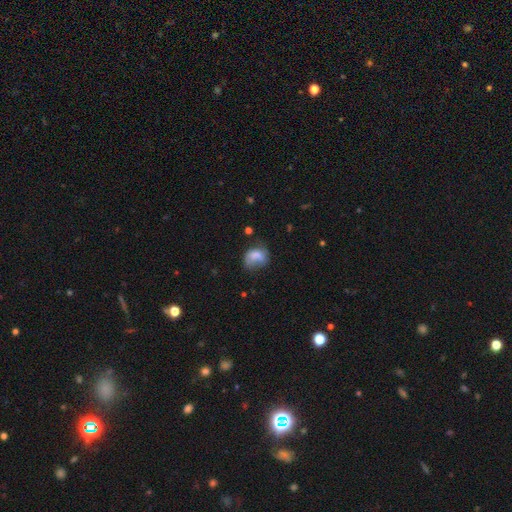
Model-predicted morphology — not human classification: A smooth galaxy with no disk features (67%) that is in between round and cigar-shaped (57%).

Vote fractions:
- Smooth or featured? smooth: 67% / featured or disk: 23% / star or artifact: 10%
- How rounded? in between: 57% / round: 42% / cigar-shaped: 1%
- Merging? none: 35% / minor disturbance: 33% / major disturbance: 25% / merger: 7%